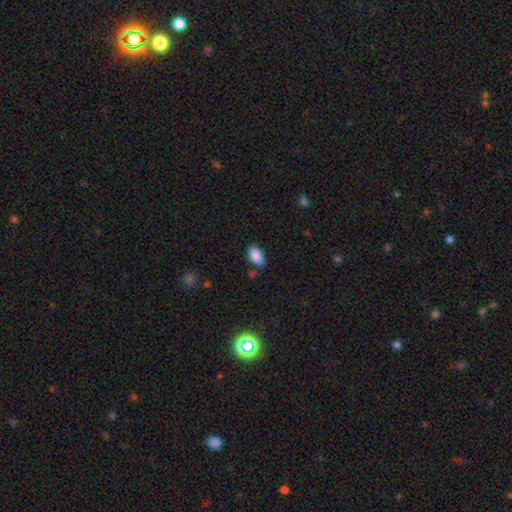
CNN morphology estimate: Smooth or featured? smooth (87%)
How rounded? in between (93%)
Merging? none (74%)